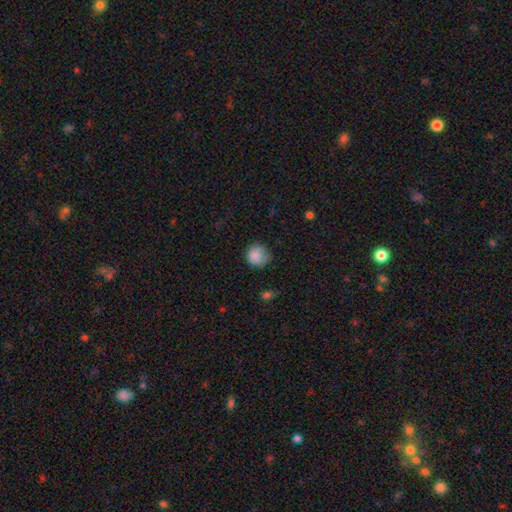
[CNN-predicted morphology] A smooth galaxy with no disk features (85%) that is round (88%). Merging: none (70%).